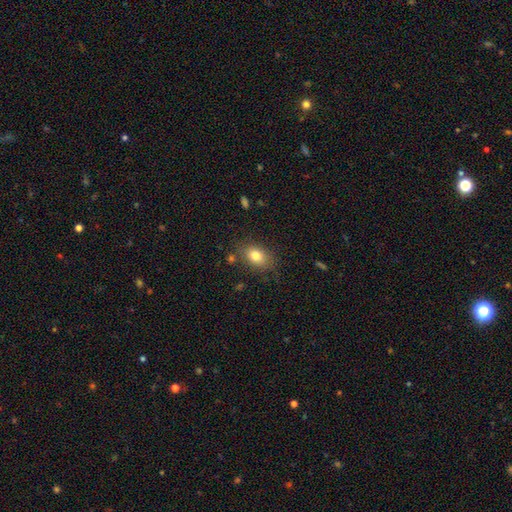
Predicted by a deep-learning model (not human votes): A smooth galaxy with no disk features (80%) that is in between round and cigar-shaped (76%).

Vote fractions:
- Smooth or featured? smooth: 80% / featured or disk: 11% / star or artifact: 10%
- How rounded? in between: 76% / round: 23% / cigar-shaped: 2%
- Merging? none: 79% / minor disturbance: 14% / major disturbance: 4% / merger: 3%